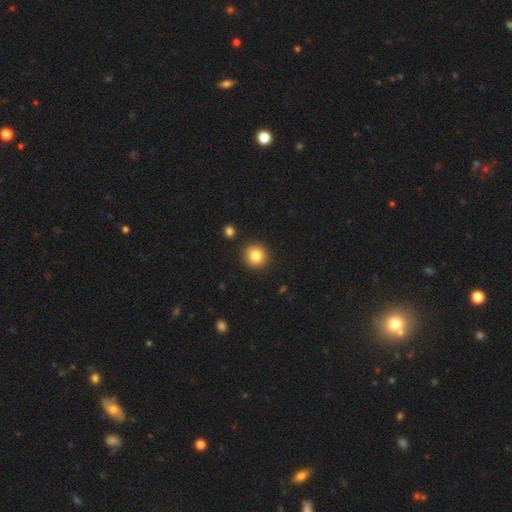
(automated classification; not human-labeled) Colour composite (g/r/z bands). It shows a smooth galaxy with no disk features (84%) that is round (93%). Merging: none (89%).